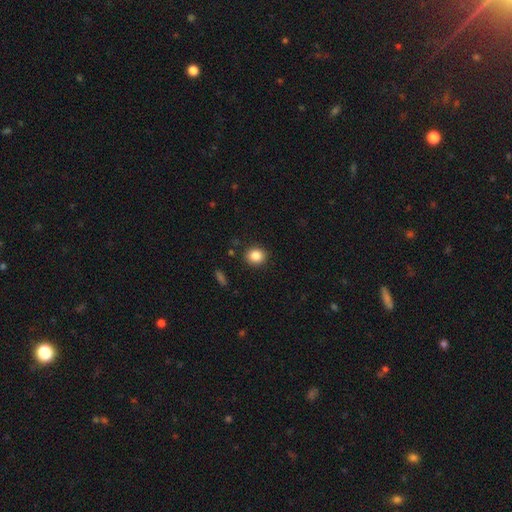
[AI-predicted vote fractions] Smooth or featured: smooth — 85% (star or artifact — 10%)
How rounded: round — 76% (in between — 23%)
Merging: none — 90% (minor disturbance — 7%)